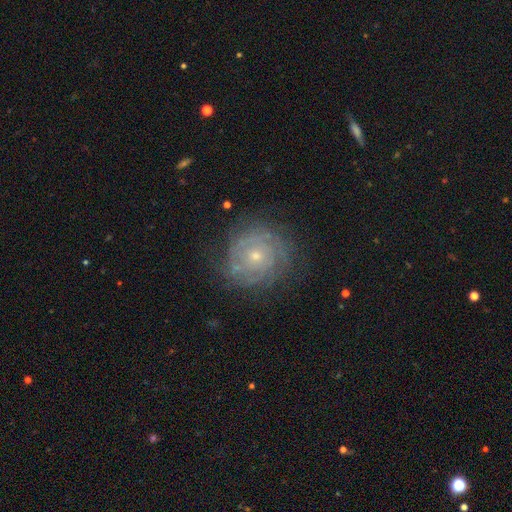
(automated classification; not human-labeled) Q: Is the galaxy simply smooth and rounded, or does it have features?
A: featured or disk — 76%.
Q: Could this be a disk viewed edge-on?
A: no — 97%.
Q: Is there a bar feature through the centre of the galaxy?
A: no — 83%.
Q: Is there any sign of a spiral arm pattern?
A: yes — 88%.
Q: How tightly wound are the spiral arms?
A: tight — 77%.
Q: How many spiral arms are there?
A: can't tell — 46%.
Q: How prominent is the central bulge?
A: small — 68%.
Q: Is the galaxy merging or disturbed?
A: none — 73%.